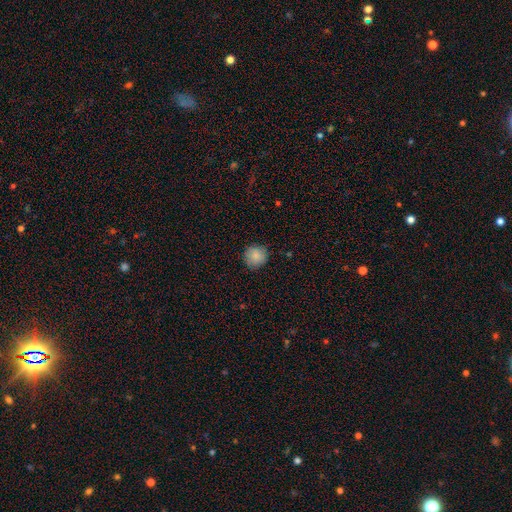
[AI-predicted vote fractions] smooth 86%, star or artifact 8%, featured or disk 6%. Down the decision tree: how rounded — round (92%); merging — none (85%).